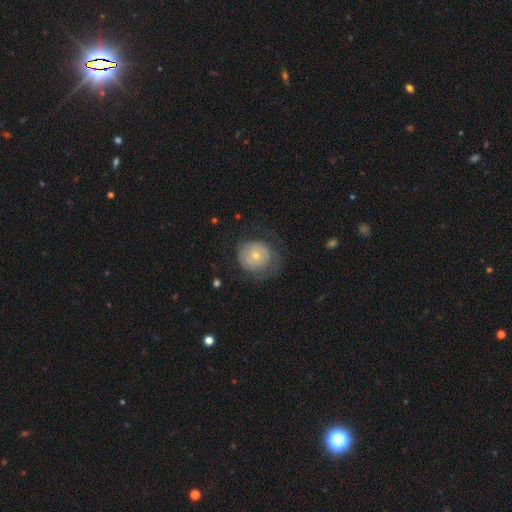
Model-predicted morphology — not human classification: Smooth or featured? featured or disk (50%)
Edge-on disk? no (97%)
Merging? none (59%)